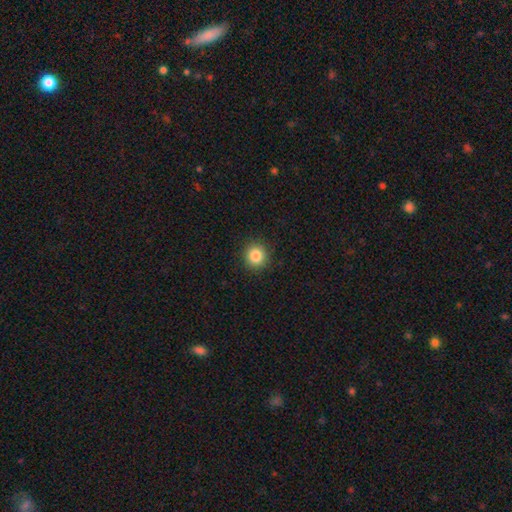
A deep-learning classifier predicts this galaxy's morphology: smooth-or-featured: smooth: 85% | star or artifact: 10% | featured or disk: 5%
  how-rounded: round: 92% | in between: 7% | cigar-shaped: 1%
  merging: none: 91% | minor disturbance: 6% | major disturbance: 2% | merger: 1%